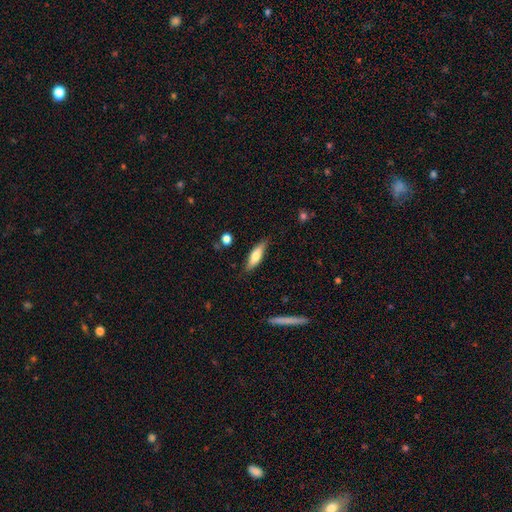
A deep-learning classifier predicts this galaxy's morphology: The model was most divided on "how rounded": cigar-shaped: 53%, in between: 45%, round: 2%. More confident: merging — none (81%); smooth or featured — smooth (61%).